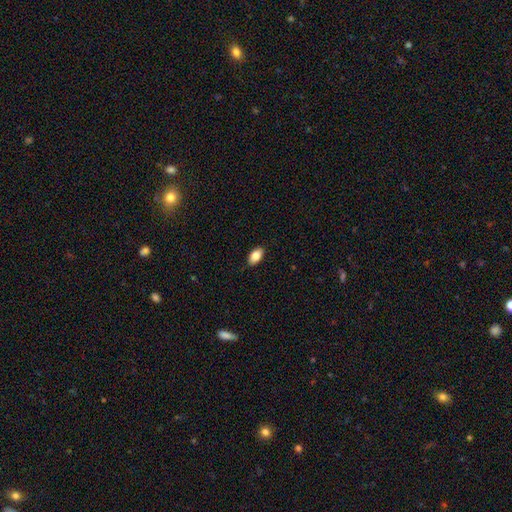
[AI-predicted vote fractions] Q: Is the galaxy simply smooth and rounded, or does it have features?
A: smooth — 84%.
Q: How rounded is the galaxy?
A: in between — 92%.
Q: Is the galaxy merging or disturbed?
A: none — 87%.